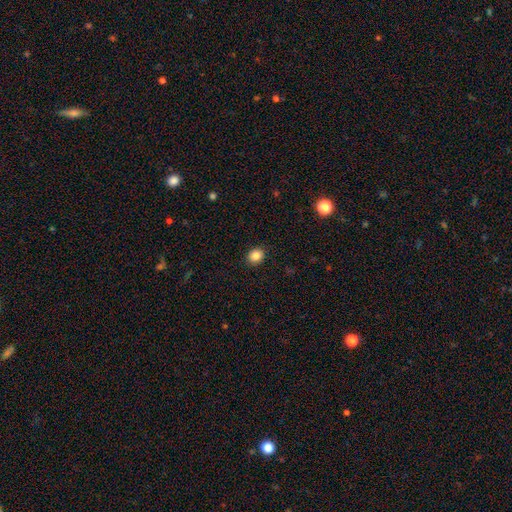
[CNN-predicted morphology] Smooth or featured? smooth (85%)
How rounded? round (61%)
Merging? none (90%)